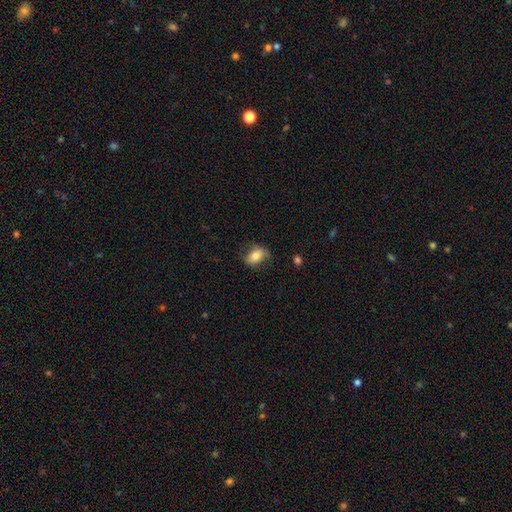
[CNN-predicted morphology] smooth 70%, featured or disk 23%, star or artifact 8%. Down the decision tree: how rounded — in between (79%); merging — none (68%).